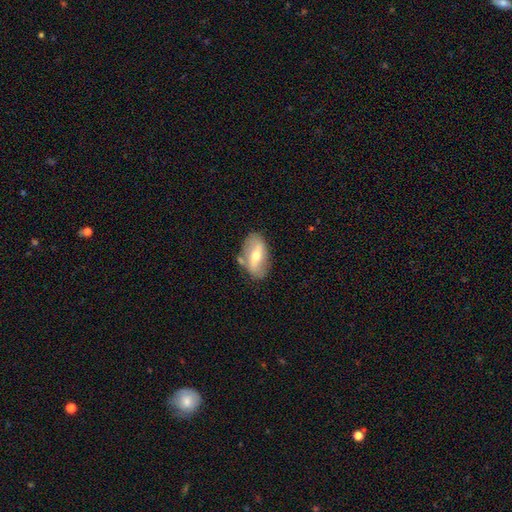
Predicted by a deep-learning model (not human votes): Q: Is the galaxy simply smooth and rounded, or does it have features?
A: featured or disk — 57%.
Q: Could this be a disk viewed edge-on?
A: no — 86%.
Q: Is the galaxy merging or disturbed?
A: none — 72%.